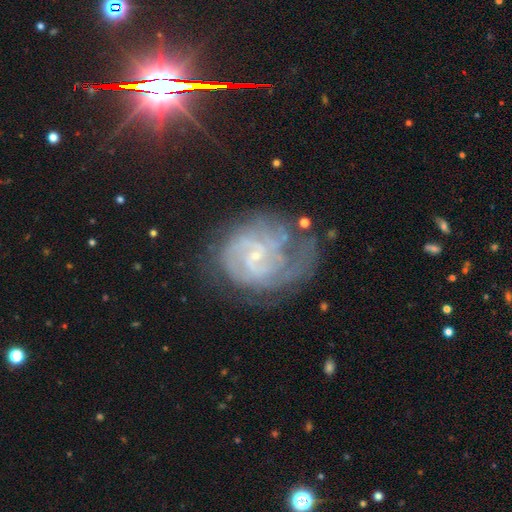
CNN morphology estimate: smooth_or_featured: featured or disk (p=0.80) [alt: smooth p=0.11]
disk_edge_on: no (p=0.98) [alt: yes p=0.02]
bar: no (p=0.46) [tied with: weak p=0.46]
has_spiral_arms: yes (p=0.91) [alt: no p=0.09]
spiral_winding: tight (p=0.54) [alt: medium p=0.35]
spiral_arm_count: can't tell (p=0.37) [alt: 2 p=0.28]
bulge_size: small (p=0.78) [alt: moderate p=0.12]
merging: none (p=0.50) [alt: major disturbance p=0.23]